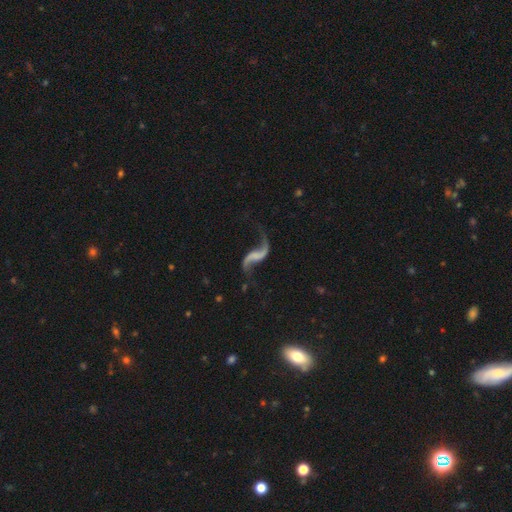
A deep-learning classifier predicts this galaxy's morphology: Q: Smooth or featured?
A: featured or disk (88%); runner-up: smooth (6%)
Q: Edge-on disk?
A: no (96%); runner-up: yes (4%)
Q: Bar?
A: no (47%); runner-up: weak (34%)
Q: Spiral arms?
A: yes (96%); runner-up: no (4%)
Q: Spiral winding?
A: loose (94%); runner-up: medium (5%)
Q: Spiral arm count?
A: 2 (93%); runner-up: 1 (3%)
Q: Bulge size?
A: none (66%); runner-up: small (18%)
Q: Merging?
A: none (70%); runner-up: minor disturbance (14%)